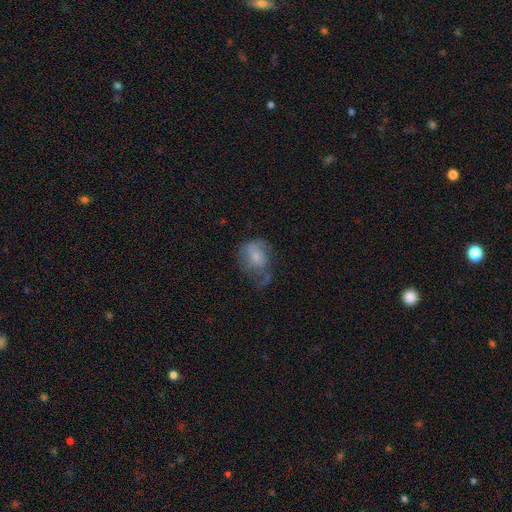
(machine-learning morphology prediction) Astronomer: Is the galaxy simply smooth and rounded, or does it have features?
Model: smooth — 55% (runner-up: featured or disk, 36%).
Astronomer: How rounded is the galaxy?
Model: in between — 60% (runner-up: round, 39%).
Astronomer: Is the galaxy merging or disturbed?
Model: major disturbance — 38% (runner-up: none, 30%).